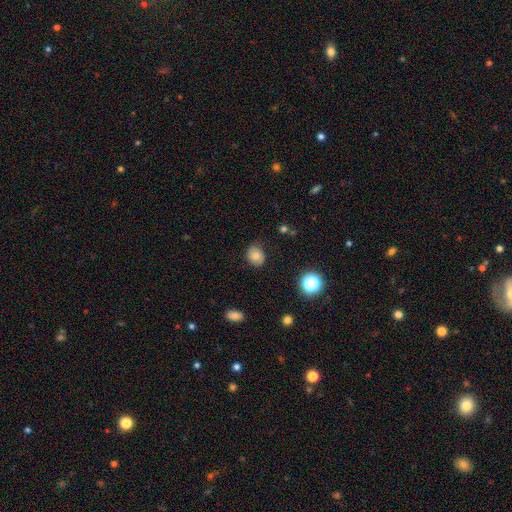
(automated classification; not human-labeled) This is likely a smooth galaxy (73%). How rounded: likely round (61%). Merging: likely none (78%).